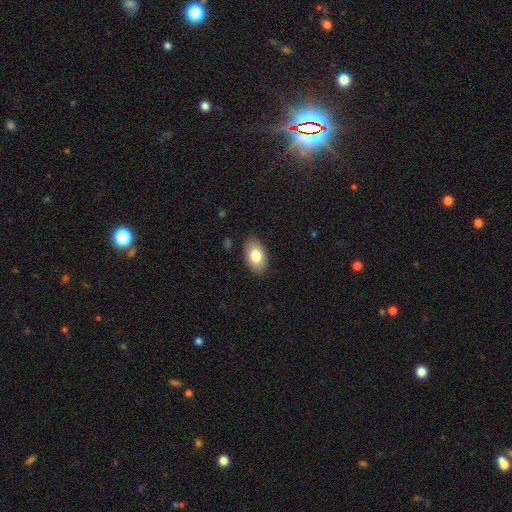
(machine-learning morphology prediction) Q: Smooth or featured?
A: smooth (79%); runner-up: featured or disk (14%)
Q: How rounded?
A: in between (93%); runner-up: round (6%)
Q: Merging?
A: none (86%); runner-up: minor disturbance (10%)